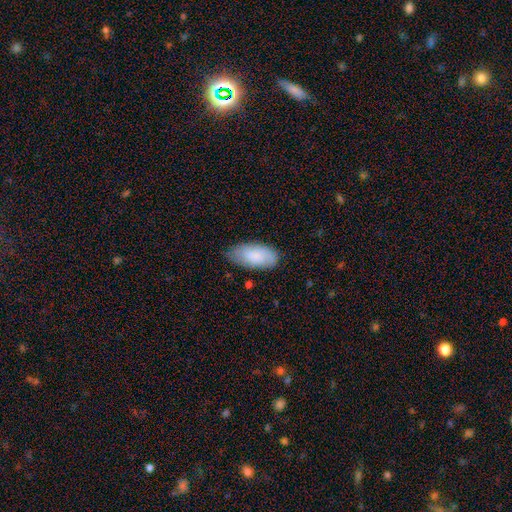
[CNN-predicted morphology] Smooth or featured? Predicted: smooth (p=0.80). How rounded? Predicted: in between (p=0.94). Merging? Predicted: none (p=0.74).